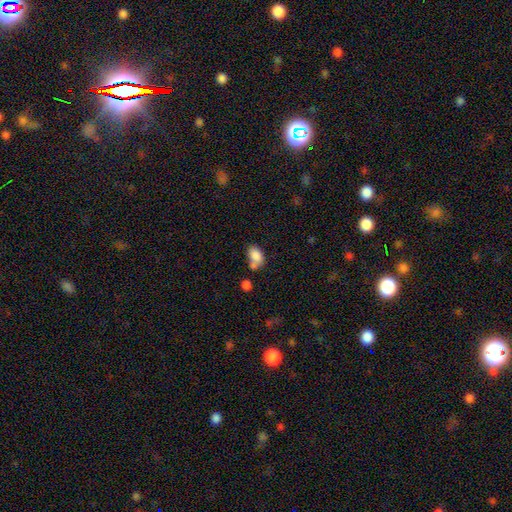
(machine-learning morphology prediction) smooth_or_featured: smooth (p=0.82) [alt: star or artifact p=0.09]
how_rounded: in between (p=0.85) [alt: round p=0.14]
merging: none (p=0.39) [alt: merger p=0.34]